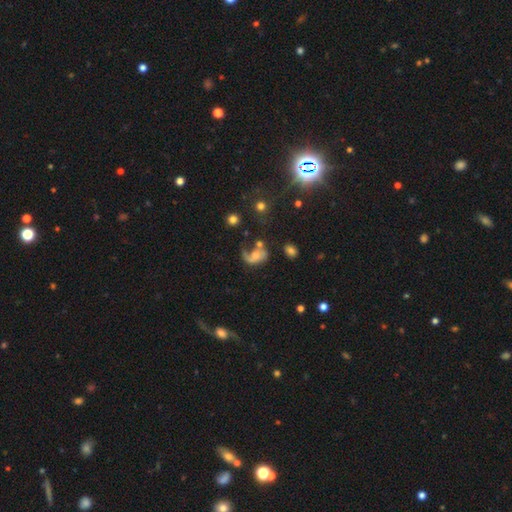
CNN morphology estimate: Smooth or featured: featured or disk — 56% (smooth — 33%)
Edge-on disk: no — 97% (yes — 3%)
Bar: no — 72% (weak — 23%)
Spiral arms: yes — 75% (no — 25%)
Bulge size: moderate — 47% (small — 32%)
Merging: major disturbance — 38% (none — 28%)